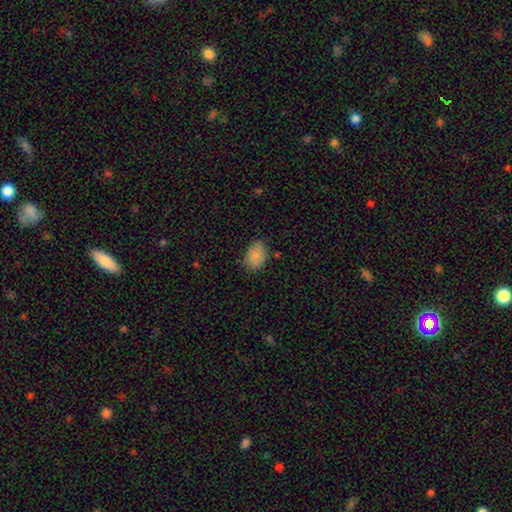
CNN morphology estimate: smooth_or_featured: smooth (p=0.87) [alt: star or artifact p=0.08]
how_rounded: in between (p=0.80) [alt: round p=0.19]
merging: none (p=0.75) [alt: minor disturbance p=0.20]